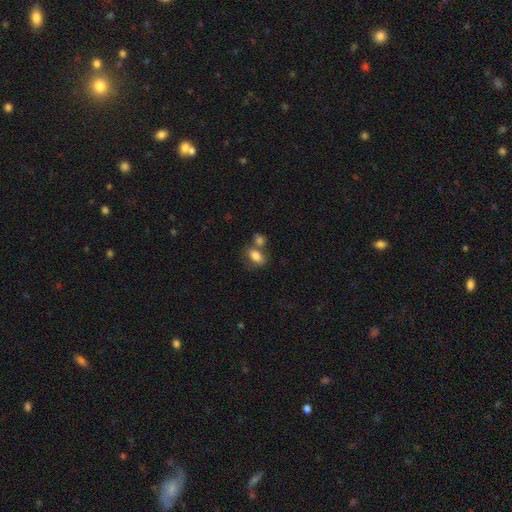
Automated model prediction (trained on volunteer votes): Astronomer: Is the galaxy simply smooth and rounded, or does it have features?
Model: smooth — 82%.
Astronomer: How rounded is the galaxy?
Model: in between — 83%.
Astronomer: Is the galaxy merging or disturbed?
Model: none — 46% (runner-up: merger, 35%).